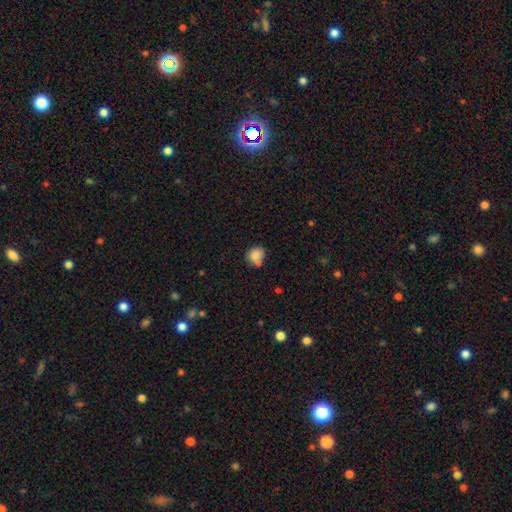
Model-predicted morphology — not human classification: smooth-or-featured: smooth: 82% | star or artifact: 10% | featured or disk: 9%
  how-rounded: round: 62% | in between: 37% | cigar-shaped: 1%
  merging: none: 53% | merger: 22% | minor disturbance: 19% | major disturbance: 6%